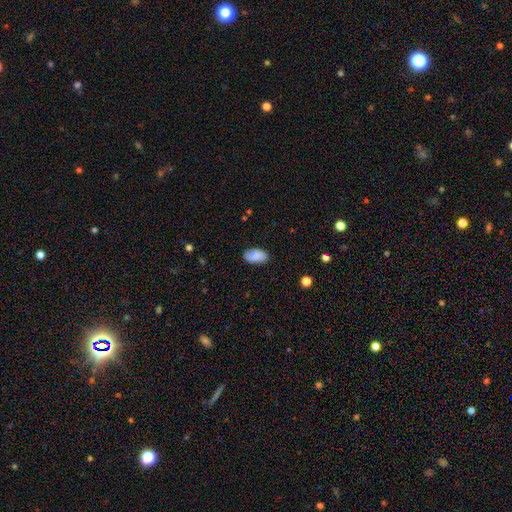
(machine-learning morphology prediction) Smooth or featured: smooth — 89% (star or artifact — 7%)
How rounded: in between — 95% (round — 4%)
Merging: none — 85% (minor disturbance — 12%)